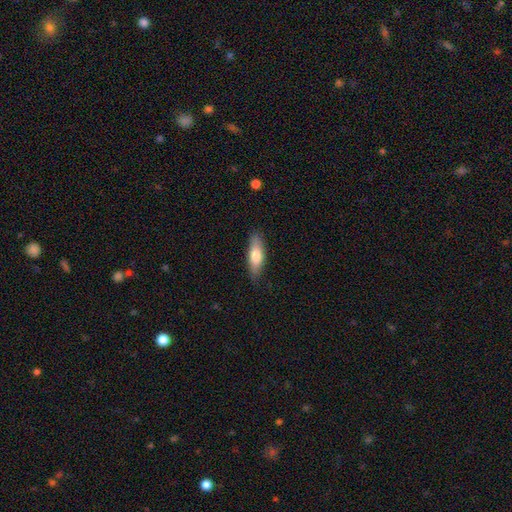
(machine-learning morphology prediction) Smooth or featured? Predicted: smooth (p=0.72). How rounded? Predicted: in between (p=0.56). Merging? Predicted: none (p=0.84).